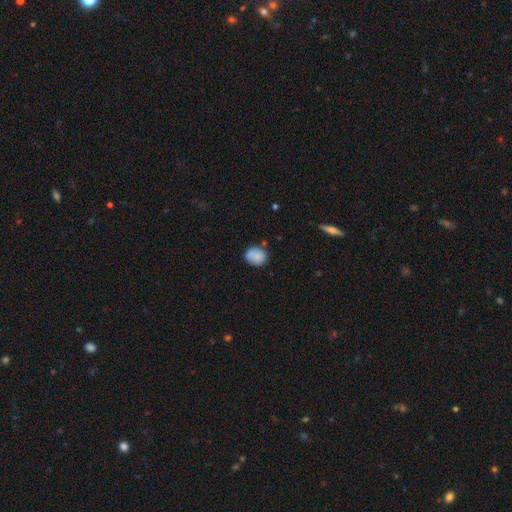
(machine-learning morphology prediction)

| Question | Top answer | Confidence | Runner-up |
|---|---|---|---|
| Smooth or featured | smooth | 80% | featured or disk (12%) |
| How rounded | round | 67% | in between (32%) |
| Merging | none | 67% | minor disturbance (19%) |